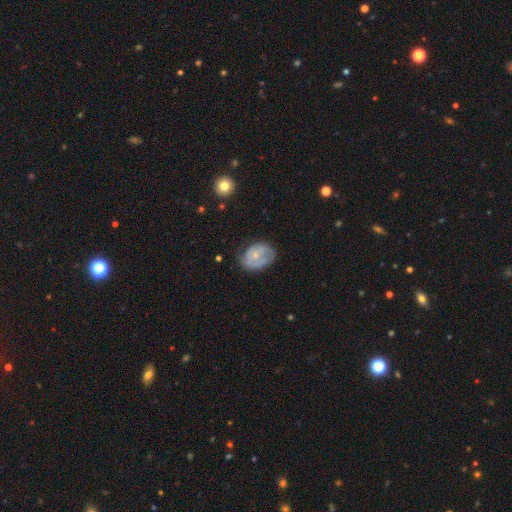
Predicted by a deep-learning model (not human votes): This appears to be a featured or disk galaxy (56%) with no bar (77%), spiral arms (62%) and a small central bulge (65%). Merging: none (53%).